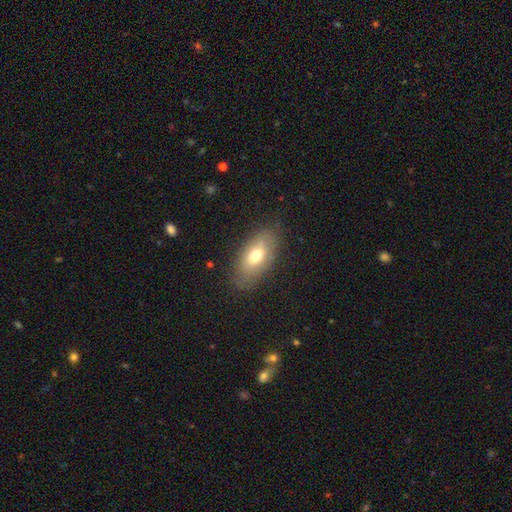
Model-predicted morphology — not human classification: The model was most divided on "smooth or featured": smooth: 69%, featured or disk: 23%, star or artifact: 8%. More confident: how rounded — in between (88%); merging — none (82%).